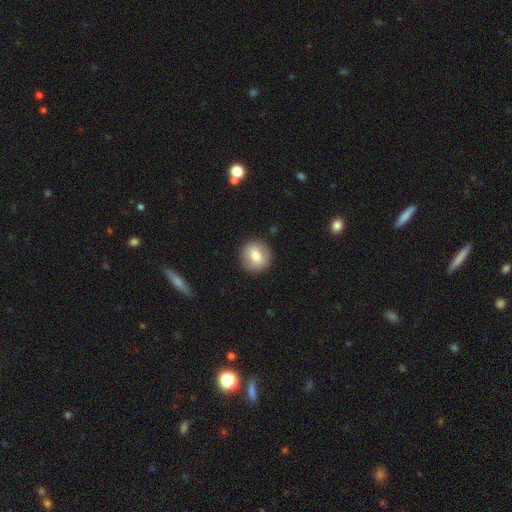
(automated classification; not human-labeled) Smooth or featured? Predicted: smooth (p=0.70). How rounded? Predicted: round (p=0.91). Merging? Predicted: none (p=0.90).